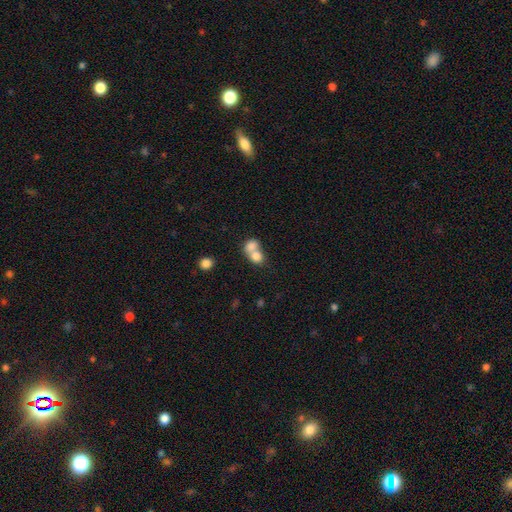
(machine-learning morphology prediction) The model was most divided on "how rounded": round: 59%, in between: 39%, cigar-shaped: 1%. More confident: smooth or featured — smooth (77%); merging — merger (71%).